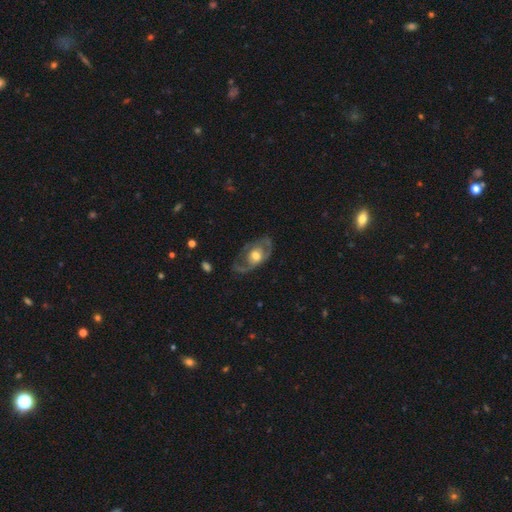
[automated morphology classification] This is likely a featured or disk galaxy (70%). It is clearly not viewed edge-on (92%). Bar: likely no (73%). Spiral arm pattern: likely yes (62%). Central bulge: likely moderate (65%). Merging: likely none (61%).